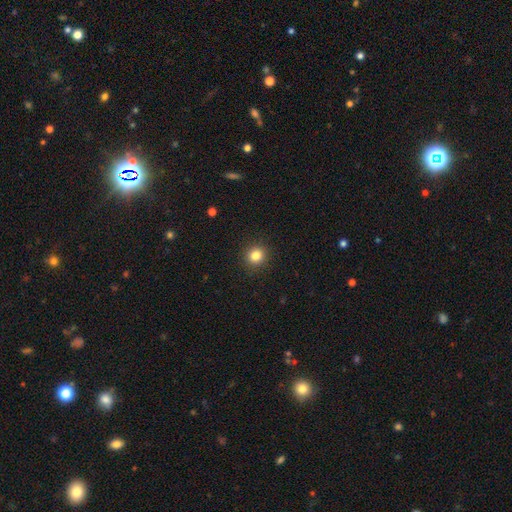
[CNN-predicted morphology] smooth 82%, star or artifact 12%, featured or disk 5%. Down the decision tree: how rounded — round (91%); merging — none (92%).